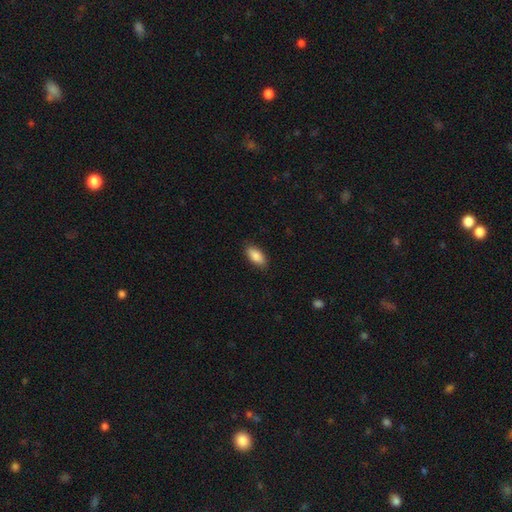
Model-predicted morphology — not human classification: Smooth or featured: smooth — 87% (featured or disk — 6%)
How rounded: in between — 89% (cigar-shaped — 9%)
Merging: none — 86% (minor disturbance — 11%)